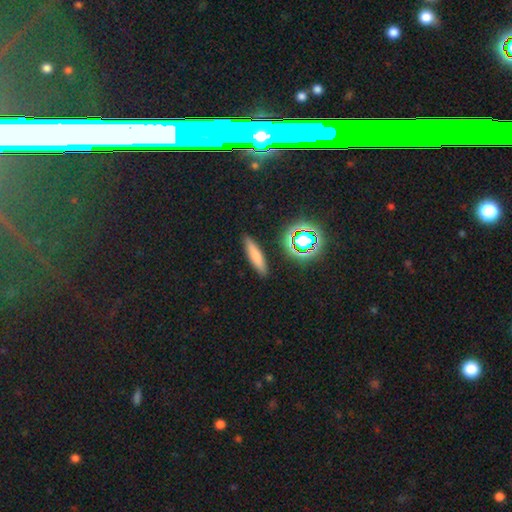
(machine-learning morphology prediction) Smooth or featured: smooth — 71% (featured or disk — 16%)
How rounded: cigar-shaped — 77% (in between — 20%)
Merging: none — 88% (minor disturbance — 8%)